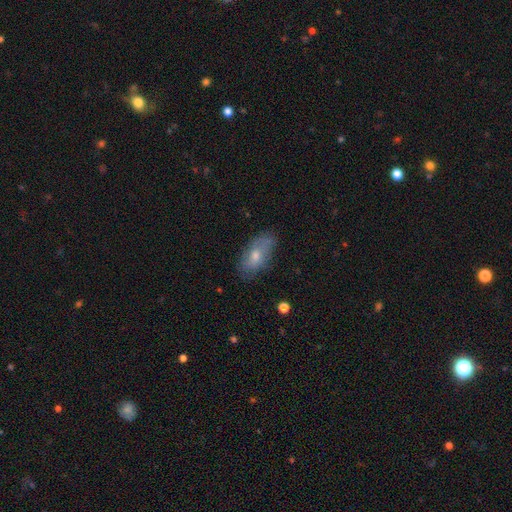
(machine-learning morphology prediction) Q: Smooth or featured?
A: smooth (62%); runner-up: featured or disk (29%)
Q: How rounded?
A: in between (87%); runner-up: cigar-shaped (8%)
Q: Merging?
A: none (73%); runner-up: minor disturbance (20%)